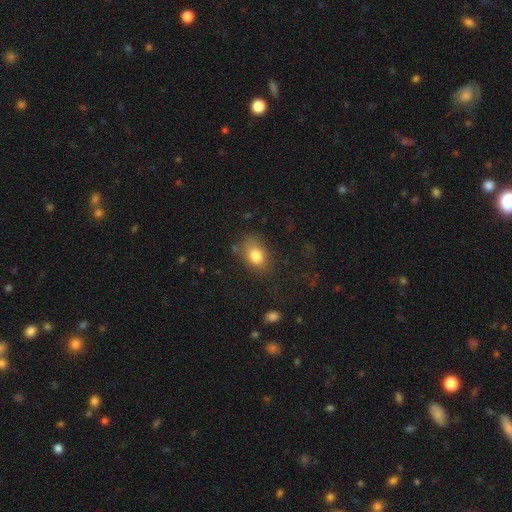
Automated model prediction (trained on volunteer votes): Smooth or featured: smooth — 80% (featured or disk — 10%)
How rounded: in between — 75% (round — 24%)
Merging: none — 68% (minor disturbance — 21%)